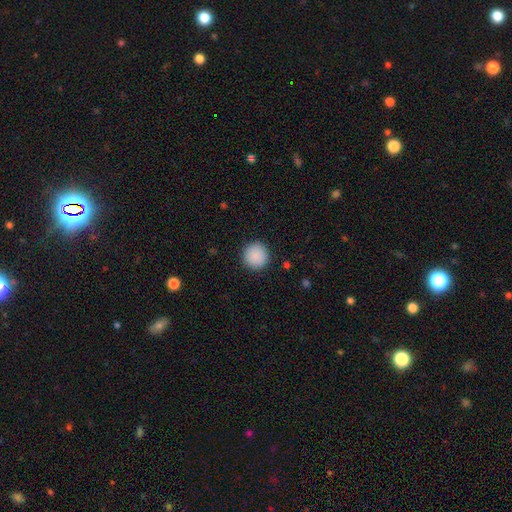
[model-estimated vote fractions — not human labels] smooth 89%, star or artifact 8%, featured or disk 3%. Down the decision tree: how rounded — round (95%); merging — none (92%).